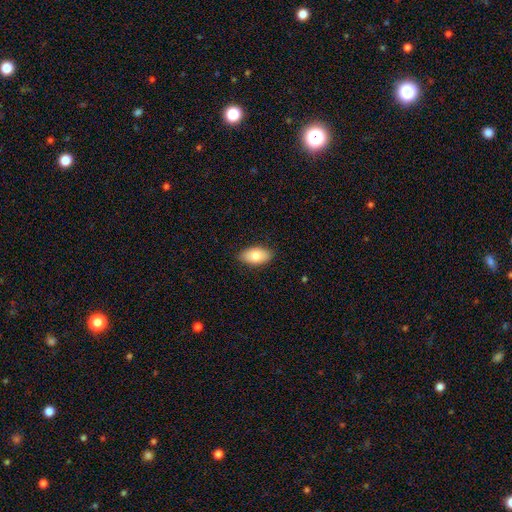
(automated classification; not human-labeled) This appears to be a smooth galaxy with no disk features (80%) that is in between round and cigar-shaped (94%). Merging: none (87%).